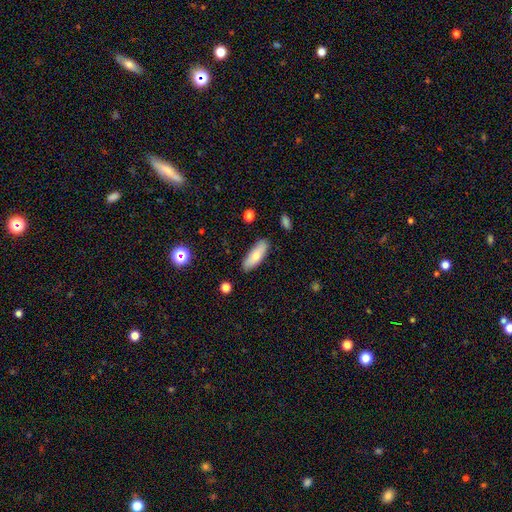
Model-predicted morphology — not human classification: This is likely a smooth galaxy (73%). How rounded: likely in between (65%). Merging: clearly none (85%).